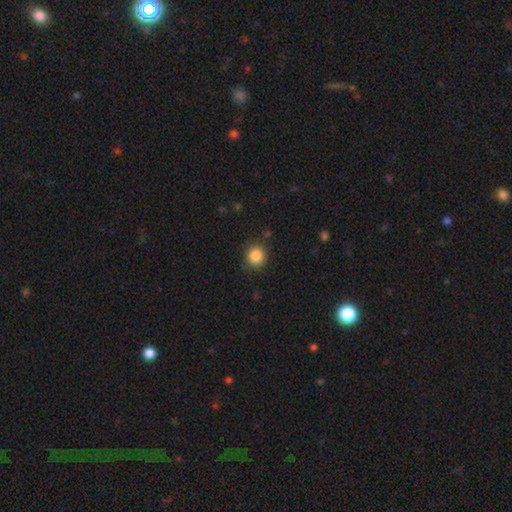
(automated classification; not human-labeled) Smooth or featured? Predicted: smooth (p=0.86). How rounded? Predicted: round (p=0.88). Merging? Predicted: none (p=0.86).